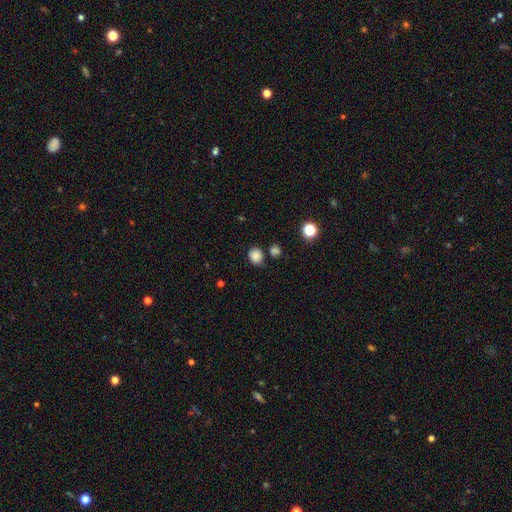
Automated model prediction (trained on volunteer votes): This appears to be a smooth galaxy with no disk features (85%) that is round (69%). Merging: none (77%).